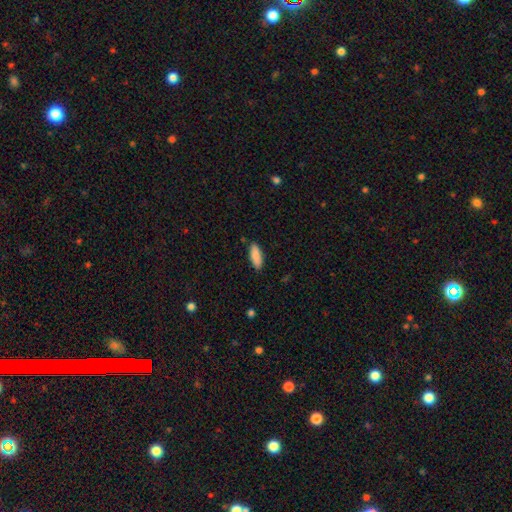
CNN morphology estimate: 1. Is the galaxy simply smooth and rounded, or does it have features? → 88% smooth, 6% featured or disk, 6% star or artifact.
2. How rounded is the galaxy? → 70% in between, 29% cigar-shaped, 2% round.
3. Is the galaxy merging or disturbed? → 87% none, 10% minor disturbance, 2% major disturbance, 1% merger.